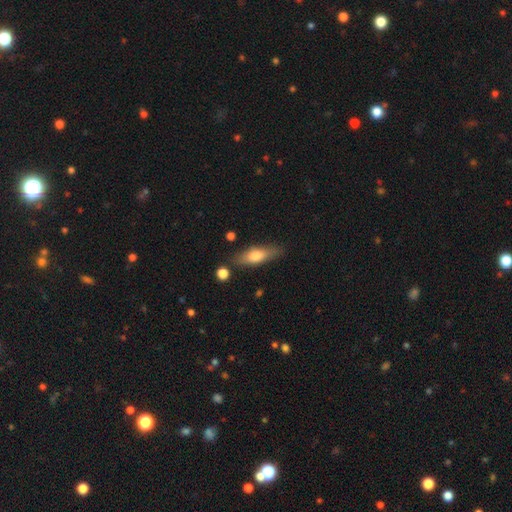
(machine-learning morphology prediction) type=smooth (63%); roundness=in between (52%); merging=none (79%).